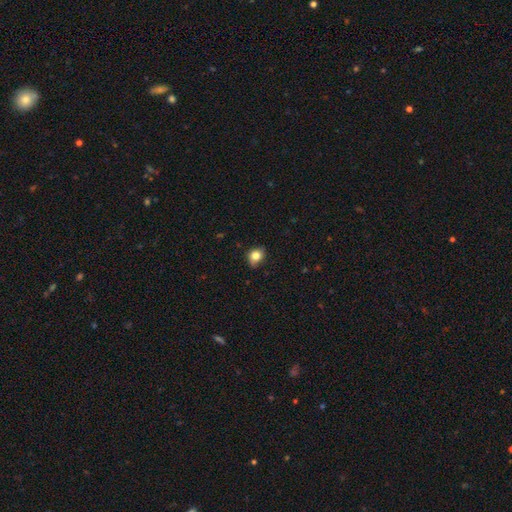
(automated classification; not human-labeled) Overall: smooth (80%). How rounded: round (55%; in between 44%). Merging: none (69%).